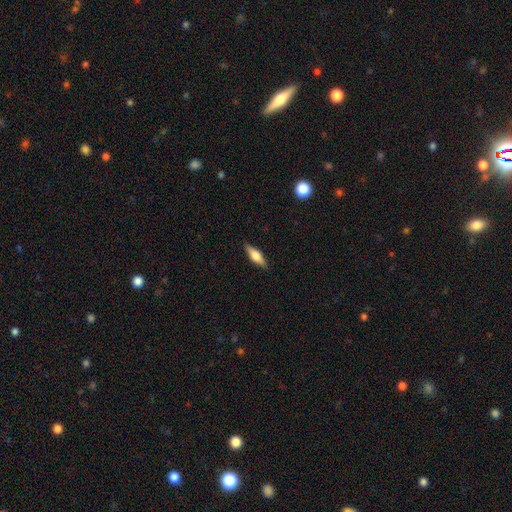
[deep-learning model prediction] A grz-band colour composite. It shows a smooth galaxy with no disk features (62%) that is in between round and cigar-shaped (53%). Merging: none (88%).